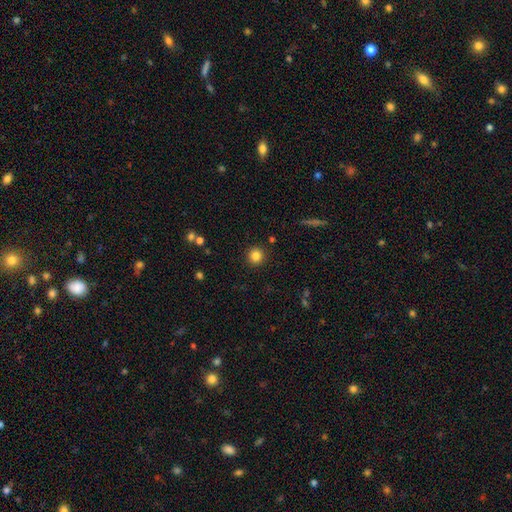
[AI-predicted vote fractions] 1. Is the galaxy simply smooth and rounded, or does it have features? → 83% smooth, 11% star or artifact, 6% featured or disk.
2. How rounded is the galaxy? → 95% round, 5% in between, 1% cigar-shaped.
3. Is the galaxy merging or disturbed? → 91% none, 5% minor disturbance, 2% major disturbance, 2% merger.